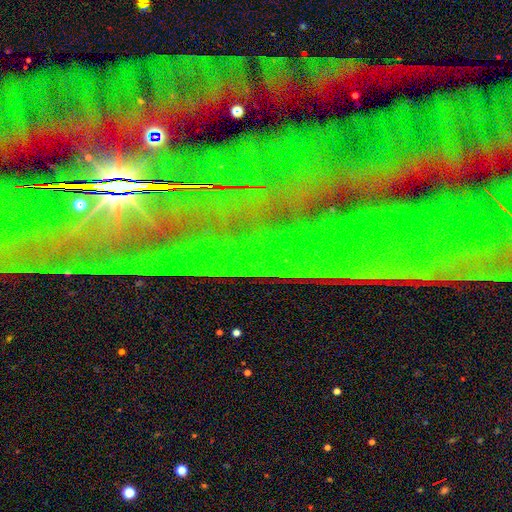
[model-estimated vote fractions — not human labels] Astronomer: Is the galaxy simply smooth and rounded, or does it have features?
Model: star or artifact — 86%.